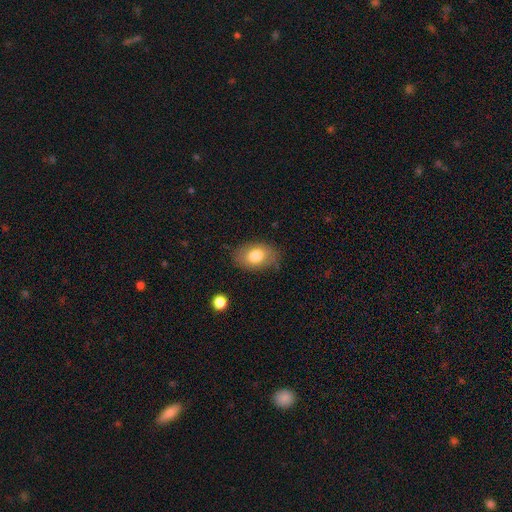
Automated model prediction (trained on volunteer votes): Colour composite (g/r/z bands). It shows a smooth galaxy with no disk features (77%) that is in between round and cigar-shaped (85%). Merging: none (76%).